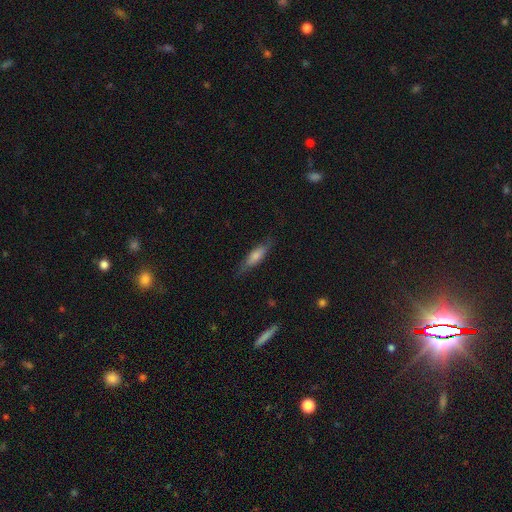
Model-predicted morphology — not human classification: type=smooth (61%); roundness=cigar-shaped (69%); merging=none (79%).